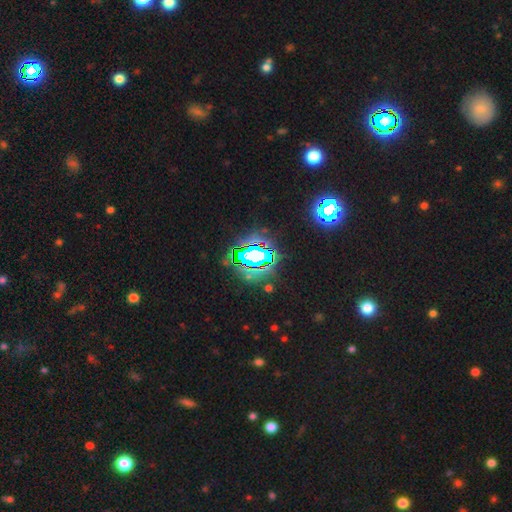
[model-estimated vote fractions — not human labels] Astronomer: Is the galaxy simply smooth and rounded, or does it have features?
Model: star or artifact — 82%.